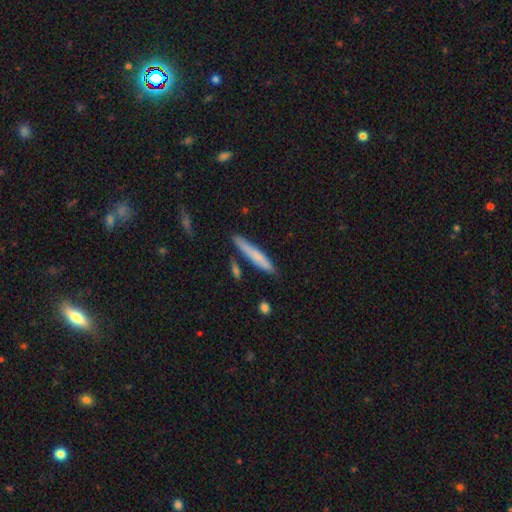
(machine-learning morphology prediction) The model was most divided on "smooth or featured": smooth: 70%, featured or disk: 24%, star or artifact: 6%. More confident: how rounded — cigar-shaped (93%); merging — none (80%).